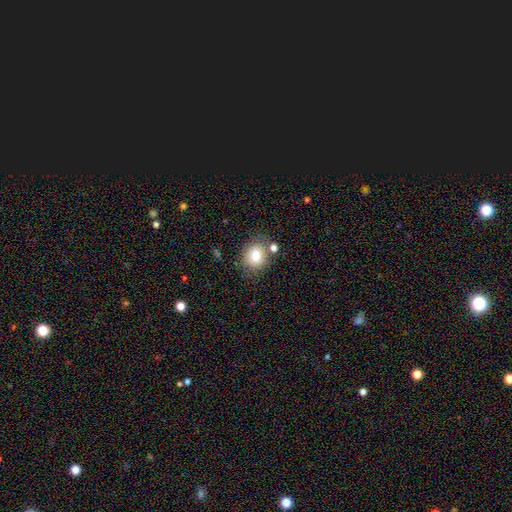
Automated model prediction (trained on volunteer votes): Morphology: type=smooth (78%); roundness=round (69%); merging=none (72%).